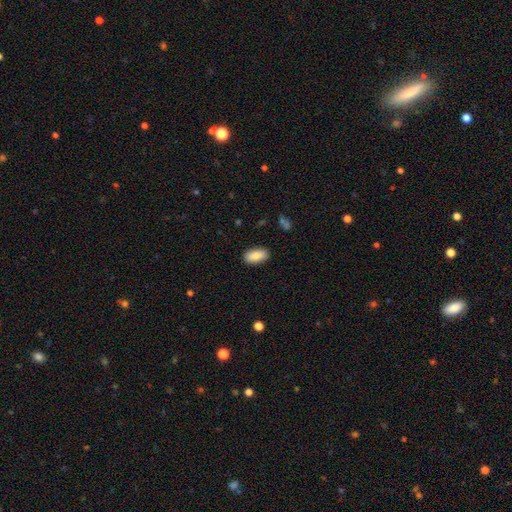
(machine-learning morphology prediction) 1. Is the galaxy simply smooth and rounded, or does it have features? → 86% smooth, 8% featured or disk, 7% star or artifact.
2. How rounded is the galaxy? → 91% in between, 6% cigar-shaped, 3% round.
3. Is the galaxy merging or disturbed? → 88% none, 8% minor disturbance, 2% major disturbance, 1% merger.